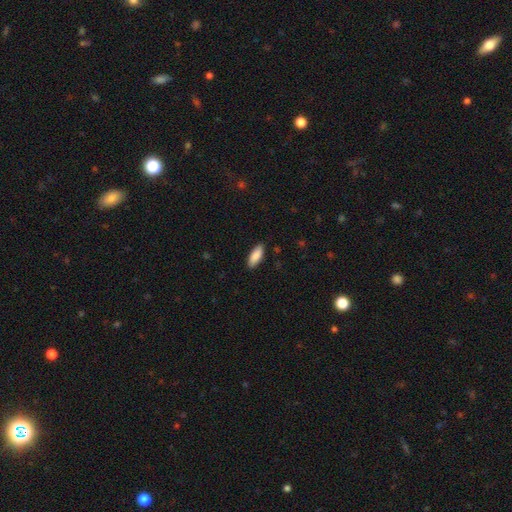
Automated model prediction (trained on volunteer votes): This appears to be a smooth galaxy with no disk features (89%) that is in between round and cigar-shaped (74%). Merging: none (88%).